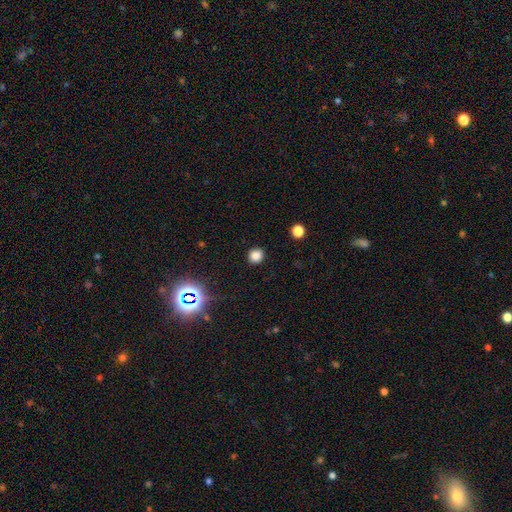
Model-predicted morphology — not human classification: smooth_or_featured: smooth (p=0.81) [alt: star or artifact p=0.15]
how_rounded: round (p=0.89) [alt: in between p=0.10]
merging: none (p=0.91) [alt: minor disturbance p=0.06]